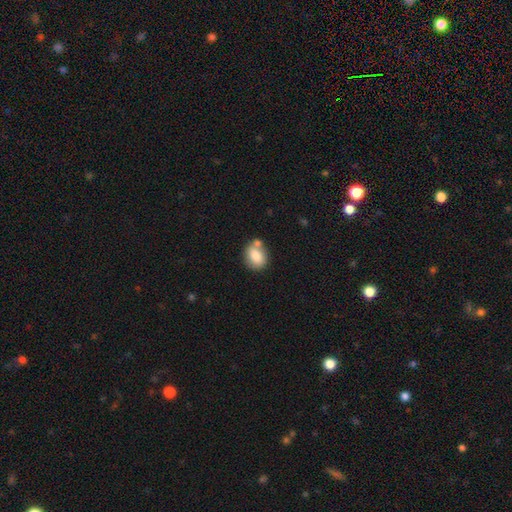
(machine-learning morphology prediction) Smooth or featured? smooth (80%)
How rounded? in between (55%)
Merging? none (59%)